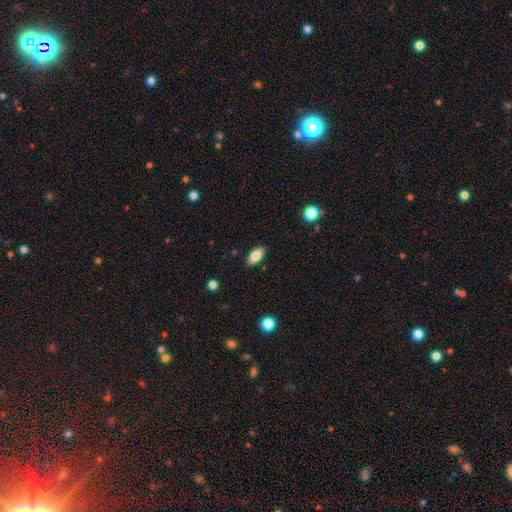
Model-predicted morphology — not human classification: smooth_or_featured: smooth (p=0.84) [alt: featured or disk p=0.09]
how_rounded: in between (p=0.91) [alt: cigar-shaped p=0.06]
merging: none (p=0.87) [alt: minor disturbance p=0.09]